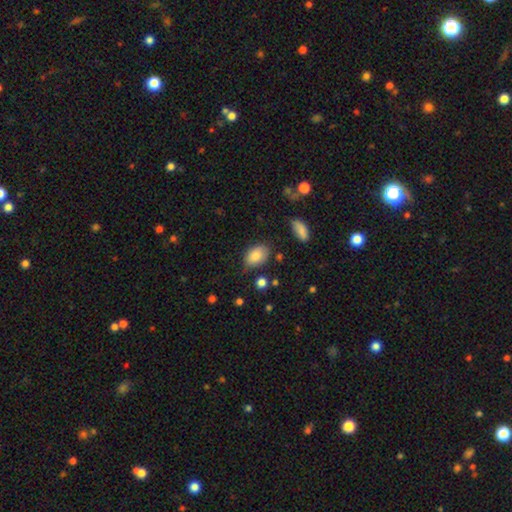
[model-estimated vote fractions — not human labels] smooth 82%, featured or disk 10%, star or artifact 8%. Down the decision tree: how rounded — in between (87%); merging — none (68%).